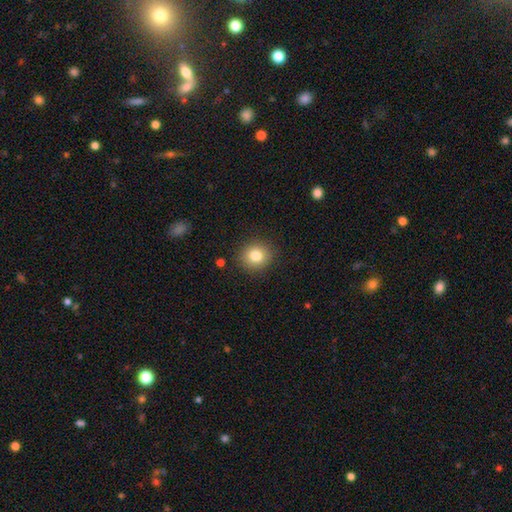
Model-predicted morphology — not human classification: smooth 82%, star or artifact 10%, featured or disk 8%. Down the decision tree: how rounded — round (82%); merging — none (88%).